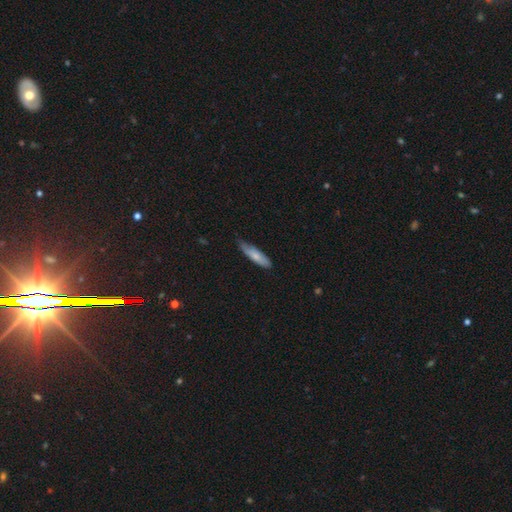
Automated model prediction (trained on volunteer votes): smooth 74%, featured or disk 21%, star or artifact 5%. Down the decision tree: how rounded — cigar-shaped (62%); merging — none (64%).